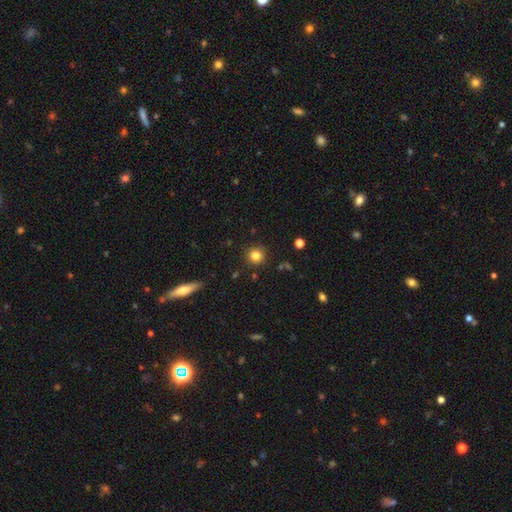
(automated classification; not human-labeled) smooth 83%, star or artifact 12%, featured or disk 5%. Down the decision tree: how rounded — round (93%); merging — none (89%).